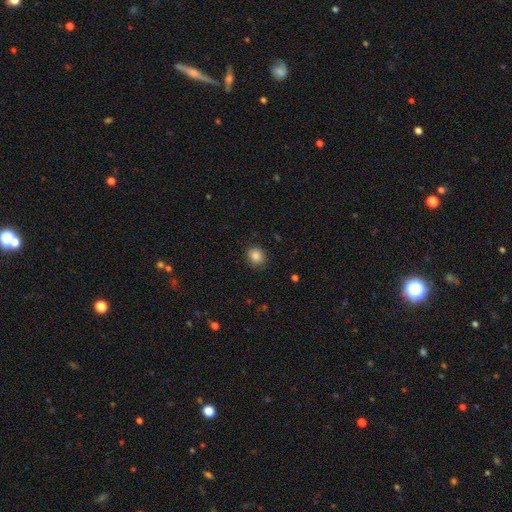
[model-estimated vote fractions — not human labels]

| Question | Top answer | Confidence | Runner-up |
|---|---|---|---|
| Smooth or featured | smooth | 85% | star or artifact (10%) |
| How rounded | round | 69% | in between (30%) |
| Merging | none | 86% | minor disturbance (10%) |